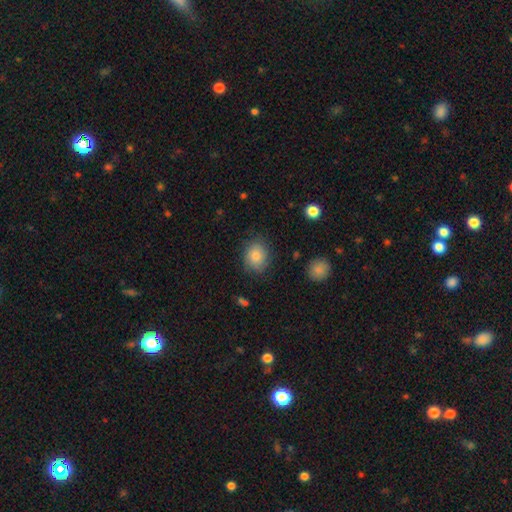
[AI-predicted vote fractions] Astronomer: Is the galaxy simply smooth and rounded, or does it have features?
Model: smooth — 81%.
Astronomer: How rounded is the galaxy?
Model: round — 56% (runner-up: in between, 43%).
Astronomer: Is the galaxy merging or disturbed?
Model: none — 80%.